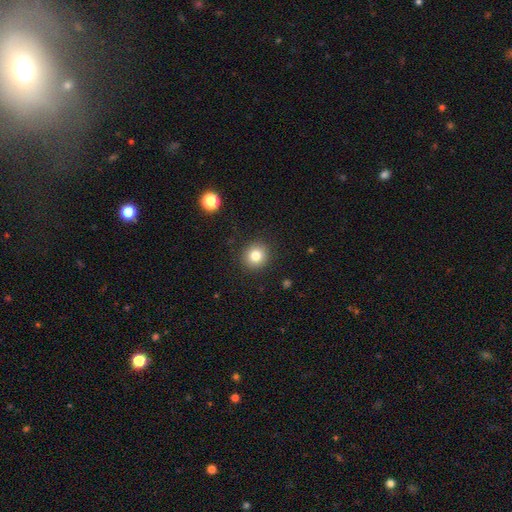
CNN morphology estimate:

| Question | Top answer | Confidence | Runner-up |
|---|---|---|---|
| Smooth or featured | smooth | 81% | star or artifact (12%) |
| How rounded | round | 89% | in between (11%) |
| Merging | none | 90% | minor disturbance (7%) |